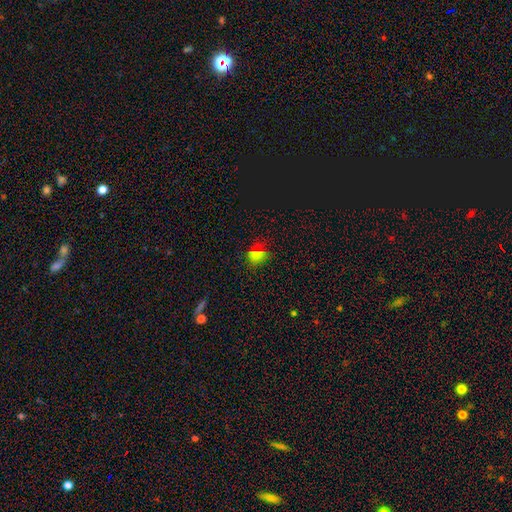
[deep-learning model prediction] Smooth or featured?
  - smooth: 58% *
  - star or artifact: 35%
  - featured or disk: 8%
How rounded?
  - round: 58% *
  - in between: 39%
  - cigar-shaped: 3%
Merging?
  - none: 77% *
  - minor disturbance: 15%
  - major disturbance: 5%
  - merger: 3%